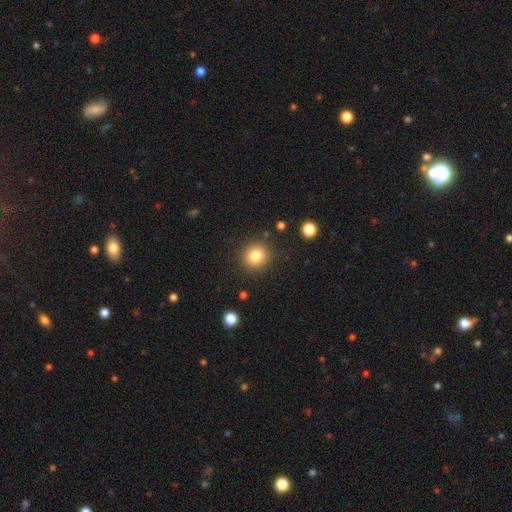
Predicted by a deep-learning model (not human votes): Q: Smooth or featured?
A: smooth (82%); runner-up: star or artifact (11%)
Q: How rounded?
A: round (90%); runner-up: in between (9%)
Q: Merging?
A: none (88%); runner-up: minor disturbance (7%)